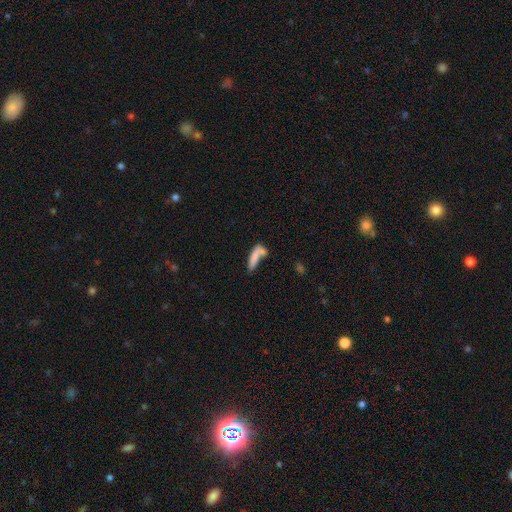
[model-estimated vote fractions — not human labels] This is likely a smooth galaxy (74%). How rounded: likely cigar-shaped (61%). Merging: marginally merger (42%).